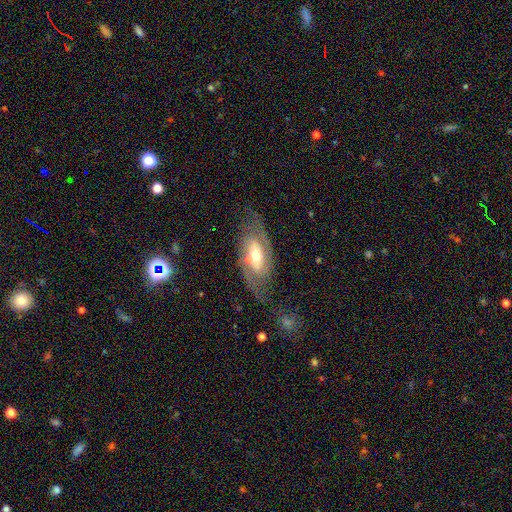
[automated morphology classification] Overall: featured or disk (76%). Edge-on disk: no (90%). Bar: weak (38%; no 37%). Spiral arms: yes (83%). Spiral arm count: 2 (82%). Spiral winding: medium (45%; tight 27%). Bulge size: moderate (67%). Merging: none (59%; minor disturbance 20%).